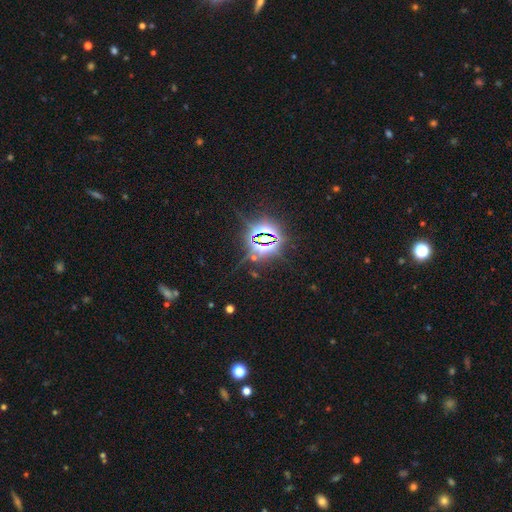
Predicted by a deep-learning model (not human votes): The model was most divided on "smooth or featured": star or artifact: 83%, smooth: 9%, featured or disk: 8%.